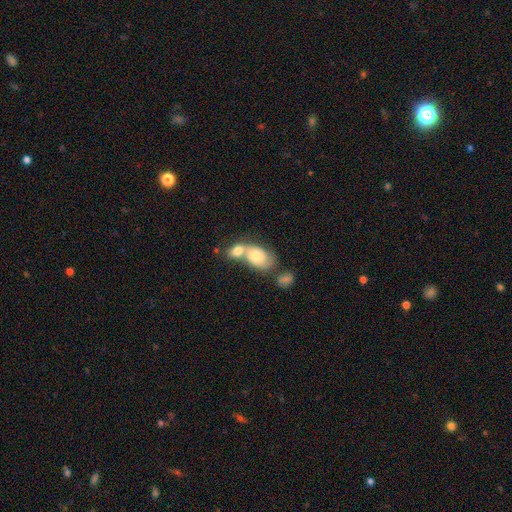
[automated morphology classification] Q: Smooth or featured?
A: smooth (65%); runner-up: featured or disk (27%)
Q: How rounded?
A: in between (79%); runner-up: round (19%)
Q: Merging?
A: merger (67%); runner-up: none (19%)